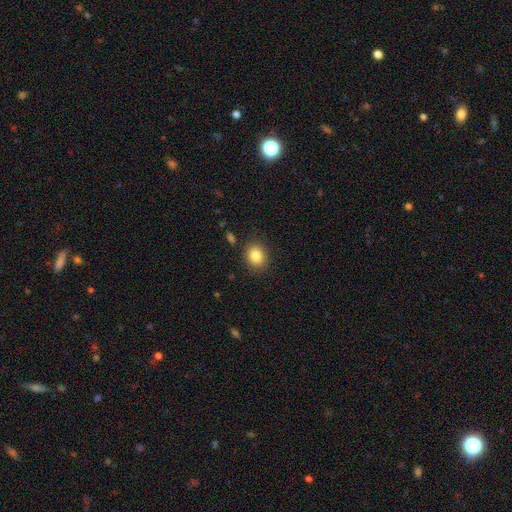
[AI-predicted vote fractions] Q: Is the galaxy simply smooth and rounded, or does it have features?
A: smooth — 84%.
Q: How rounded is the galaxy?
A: round — 65%.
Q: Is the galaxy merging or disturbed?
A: none — 86%.